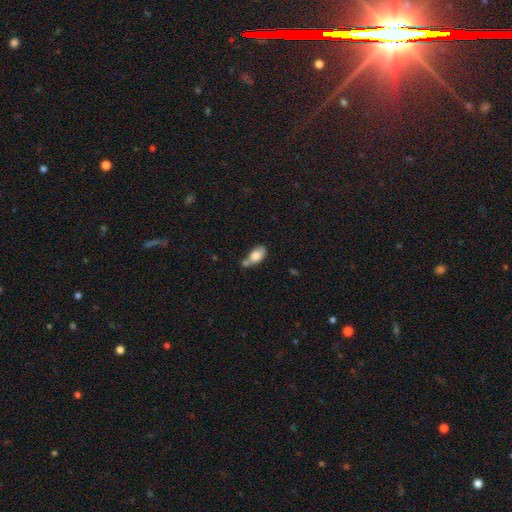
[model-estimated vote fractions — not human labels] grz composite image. It shows a smooth galaxy with no disk features (80%) that is in between round and cigar-shaped (90%). Merging: none (41%).